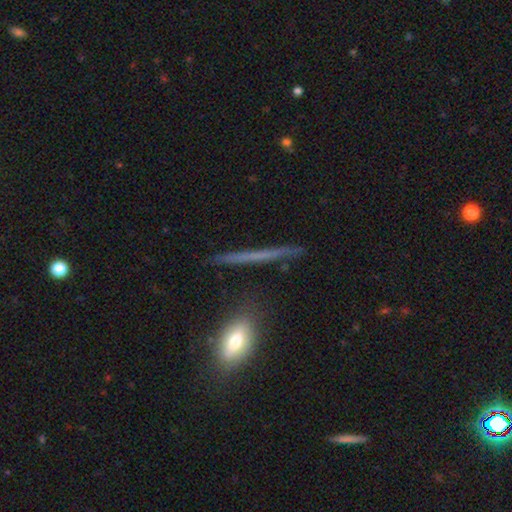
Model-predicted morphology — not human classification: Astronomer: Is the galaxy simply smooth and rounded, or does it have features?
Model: featured or disk — 51% (runner-up: smooth, 36%).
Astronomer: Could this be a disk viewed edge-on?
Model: yes — 92%.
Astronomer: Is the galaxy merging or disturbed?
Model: none — 85%.